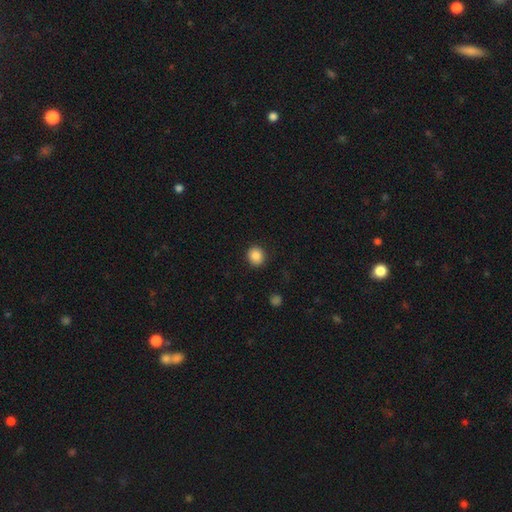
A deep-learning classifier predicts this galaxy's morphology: Overall: smooth (86%). How rounded: round (85%). Merging: none (91%).